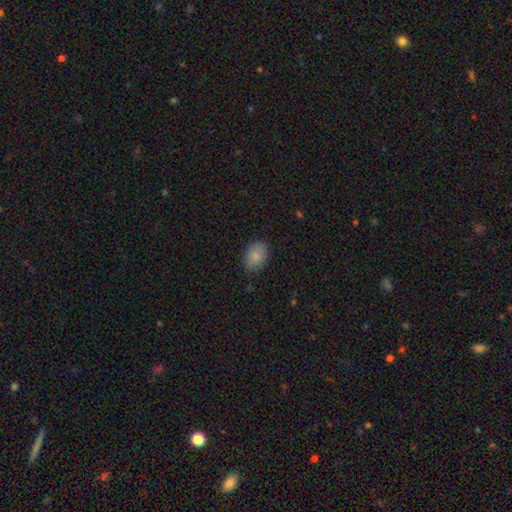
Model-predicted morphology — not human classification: Overall: smooth (85%). How rounded: in between (76%). Merging: none (82%).